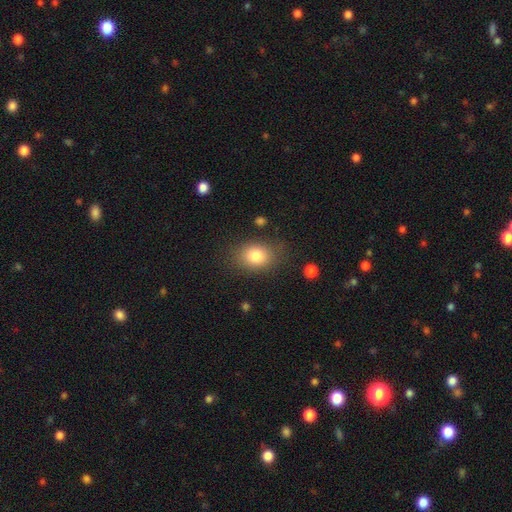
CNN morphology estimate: smooth-or-featured: smooth: 81% | star or artifact: 10% | featured or disk: 9%
  how-rounded: in between: 55% | round: 44% | cigar-shaped: 1%
  merging: none: 79% | minor disturbance: 14% | major disturbance: 5% | merger: 2%